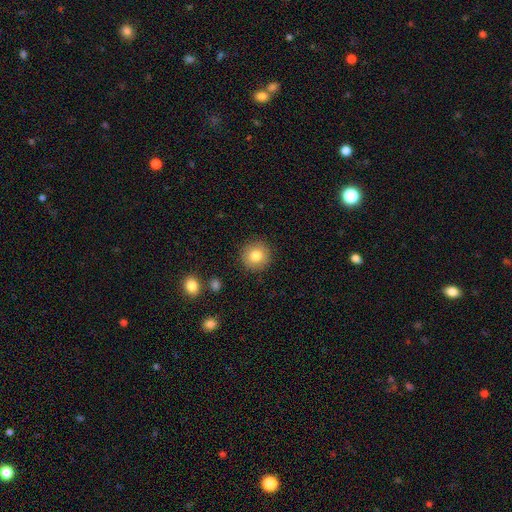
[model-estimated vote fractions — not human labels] A smooth galaxy with no disk features (81%) that is round (93%).

Vote fractions:
- Smooth or featured? smooth: 81% / star or artifact: 10% / featured or disk: 9%
- How rounded? round: 93% / in between: 6% / cigar-shaped: 1%
- Merging? none: 90% / minor disturbance: 6% / major disturbance: 2% / merger: 1%